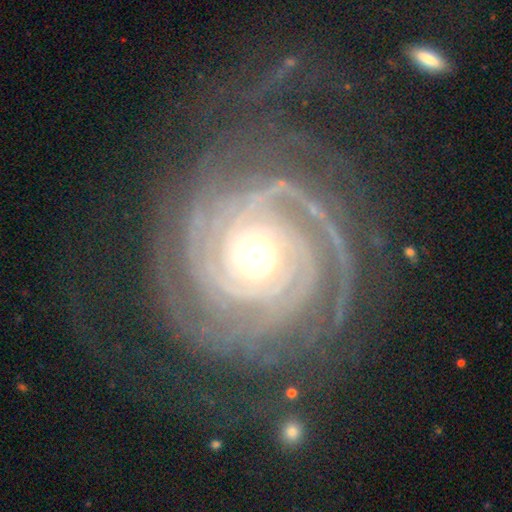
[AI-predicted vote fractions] This is clearly a featured or disk galaxy (92%). It is clearly not viewed edge-on (97%). Bar: likely no (75%). Spiral arm pattern: clearly yes (98%). Spiral arm count: marginally 2 (23%). Spiral winding: clearly tight (82%). Central bulge: possibly moderate (59%). Merging: likely none (74%).